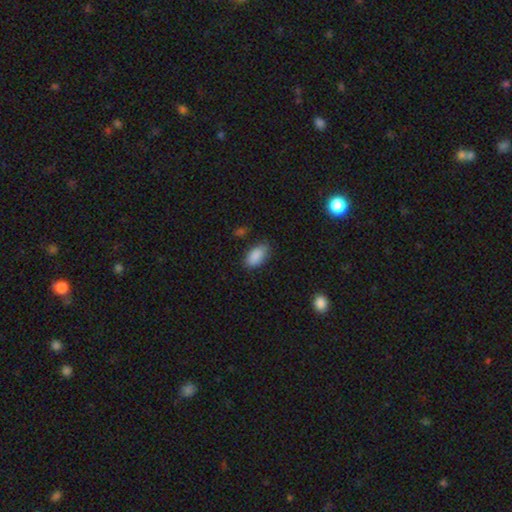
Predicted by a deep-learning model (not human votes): Smooth or featured: smooth — 89% (star or artifact — 7%)
How rounded: in between — 93% (round — 4%)
Merging: none — 78% (minor disturbance — 17%)